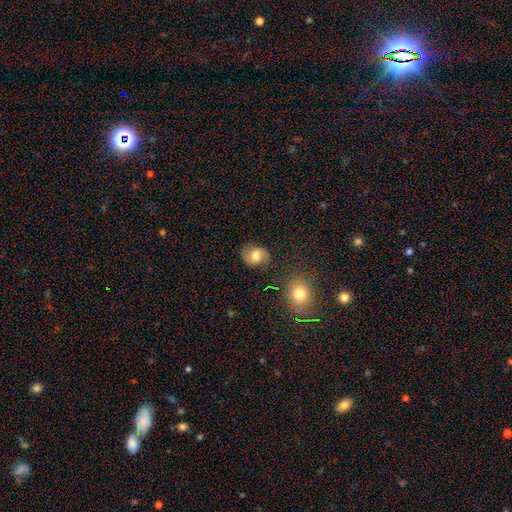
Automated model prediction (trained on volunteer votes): Morphology: type=smooth (59%); roundness=round (59%); merging=none (79%).